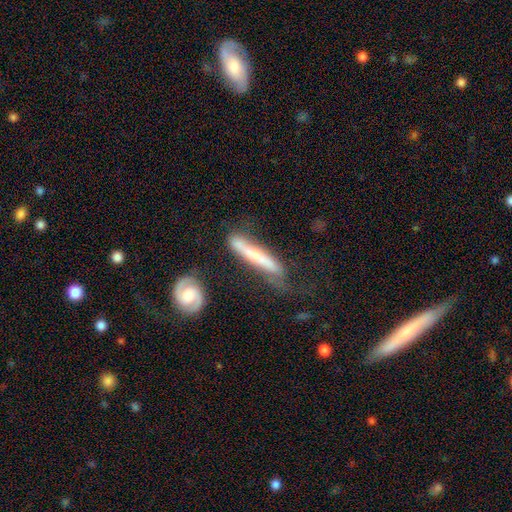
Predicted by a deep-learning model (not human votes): smooth_or_featured: featured or disk (p=0.56) [alt: smooth p=0.38]
disk_edge_on: yes (p=0.68) [alt: no p=0.32]
merging: none (p=0.51) [alt: minor disturbance p=0.27]